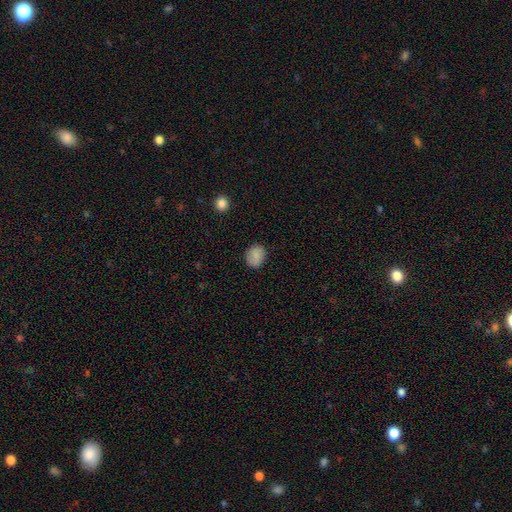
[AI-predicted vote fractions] Smooth or featured: smooth — 85% (star or artifact — 8%)
How rounded: round — 58% (in between — 41%)
Merging: none — 85% (minor disturbance — 11%)